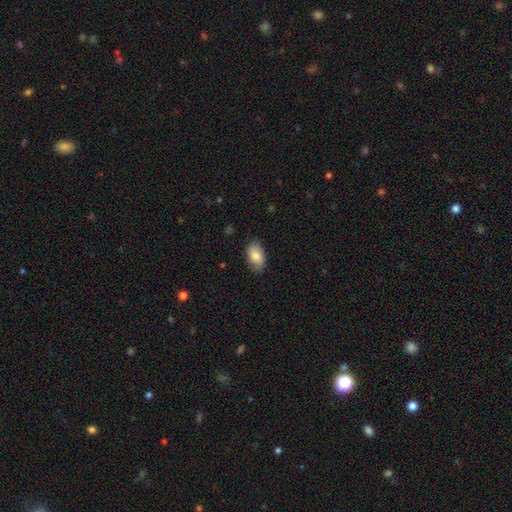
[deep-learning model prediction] This appears to be a smooth galaxy with no disk features (83%) that is in between round and cigar-shaped (93%). Merging: none (84%).